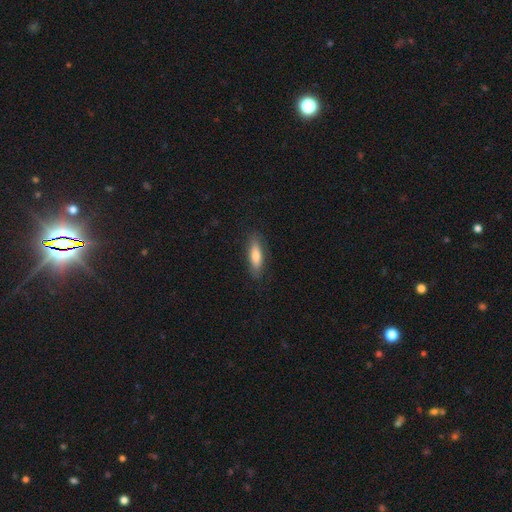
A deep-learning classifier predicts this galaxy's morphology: Smooth or featured: smooth — 76% (featured or disk — 17%)
How rounded: cigar-shaped — 53% (in between — 45%)
Merging: none — 84% (minor disturbance — 12%)